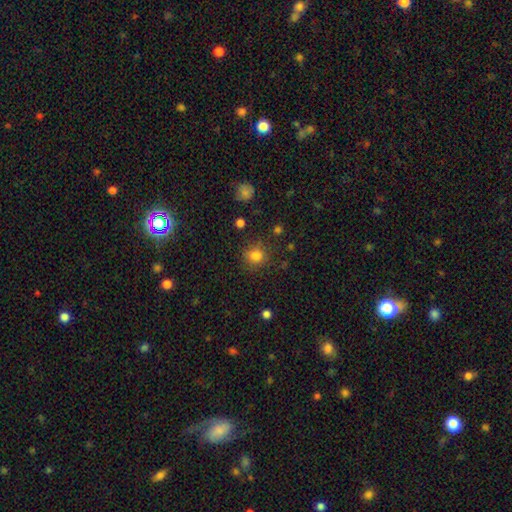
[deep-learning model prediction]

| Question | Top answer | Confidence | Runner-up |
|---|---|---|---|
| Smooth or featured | smooth | 81% | star or artifact (14%) |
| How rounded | round | 81% | in between (18%) |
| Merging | none | 78% | minor disturbance (14%) |